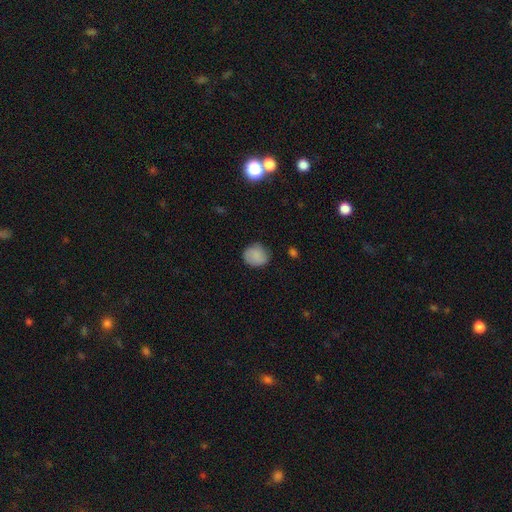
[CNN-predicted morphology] This appears to be a smooth galaxy with no disk features (84%) that is round (76%). Merging: none (78%).